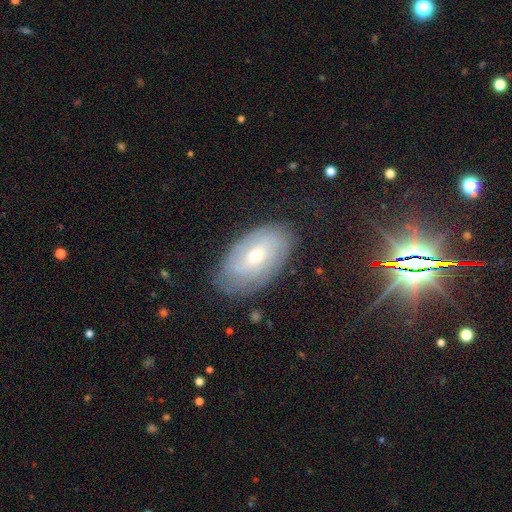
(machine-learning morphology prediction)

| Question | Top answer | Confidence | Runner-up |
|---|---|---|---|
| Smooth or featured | featured or disk | 67% | smooth (24%) |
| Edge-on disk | no | 93% | yes (7%) |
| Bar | no | 52% | weak (39%) |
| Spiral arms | yes | 82% | no (18%) |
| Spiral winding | tight | 68% | medium (23%) |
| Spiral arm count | can't tell | 56% | 2 (20%) |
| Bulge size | moderate | 49% | small (48%) |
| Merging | none | 78% | minor disturbance (16%) |